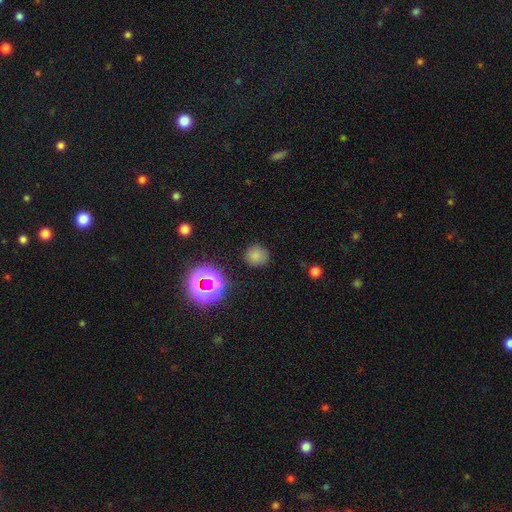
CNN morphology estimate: The model was most divided on "smooth or featured": smooth: 74%, star or artifact: 20%, featured or disk: 6%. More confident: how rounded — round (88%); merging — none (86%).